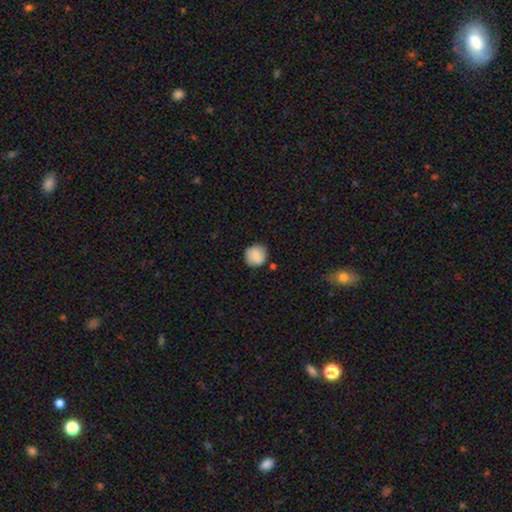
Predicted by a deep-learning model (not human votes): Smooth or featured? smooth (86%)
How rounded? round (92%)
Merging? none (82%)